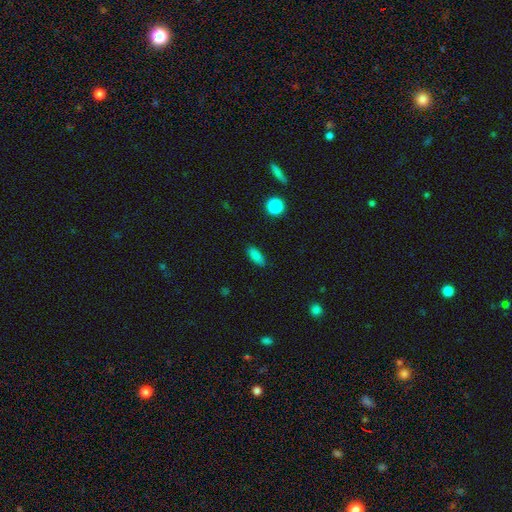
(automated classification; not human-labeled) Smooth or featured? Predicted: smooth (p=0.84). How rounded? Predicted: in between (p=0.81). Merging? Predicted: none (p=0.85).